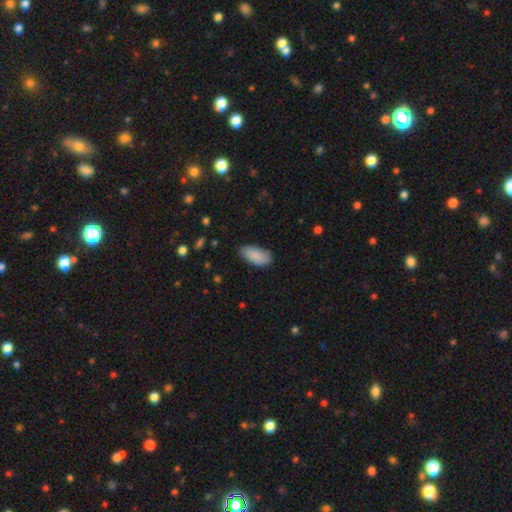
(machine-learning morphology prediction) This is clearly a smooth galaxy (86%). How rounded: clearly in between (92%). Merging: likely none (79%).